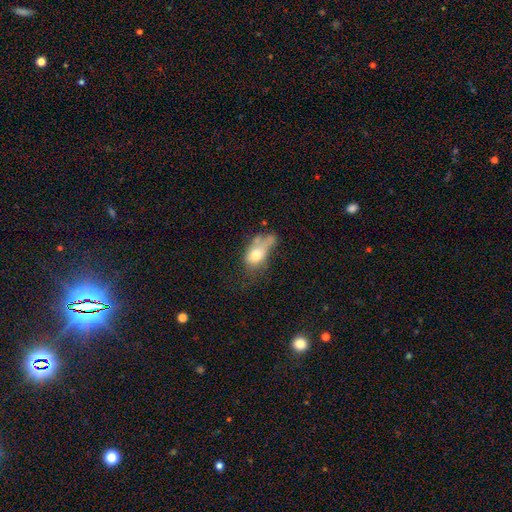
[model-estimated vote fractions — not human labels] Smooth or featured?
  - smooth: 67% *
  - featured or disk: 24%
  - star or artifact: 10%
How rounded?
  - in between: 76% *
  - round: 18%
  - cigar-shaped: 6%
Merging?
  - major disturbance: 36% *
  - merger: 22%
  - minor disturbance: 22%
  - none: 20%